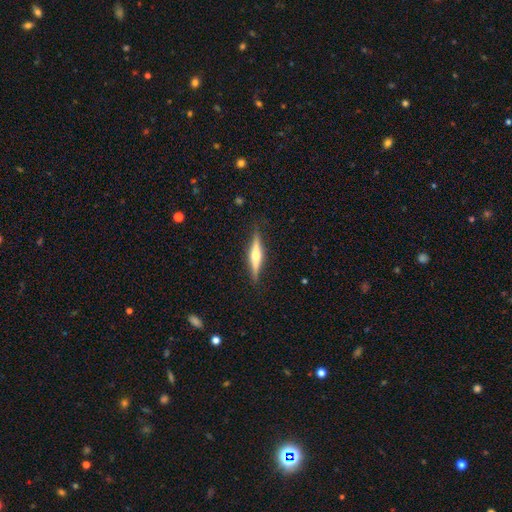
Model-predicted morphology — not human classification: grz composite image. It shows a featured or disk galaxy (69%) viewed edge-on (97%) with a rounded central bulge (91%). Merging: none (89%).